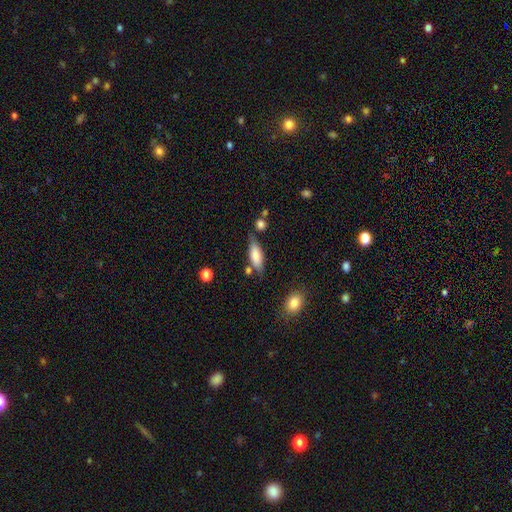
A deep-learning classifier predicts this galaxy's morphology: type=smooth (73%); roundness=in between (64%); merging=none (69%).